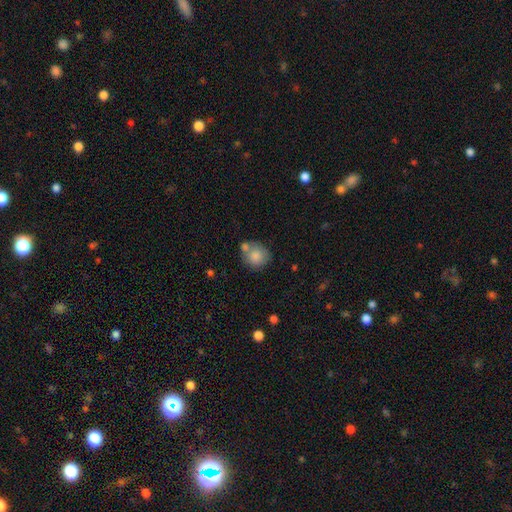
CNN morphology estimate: Smooth or featured? smooth (82%)
How rounded? round (83%)
Merging? none (53%)